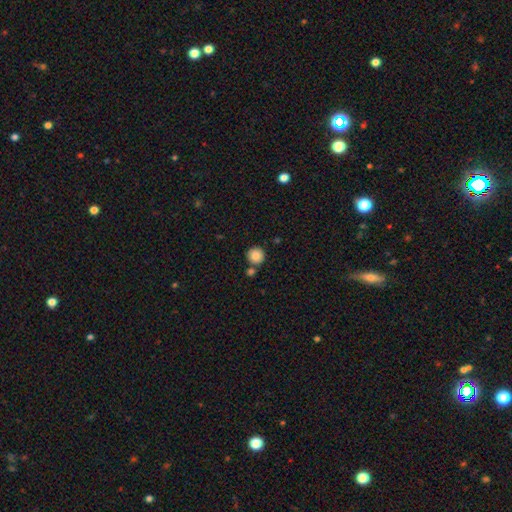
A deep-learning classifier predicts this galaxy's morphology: Smooth or featured: smooth — 87% (star or artifact — 9%)
How rounded: round — 94% (in between — 5%)
Merging: none — 75% (merger — 14%)